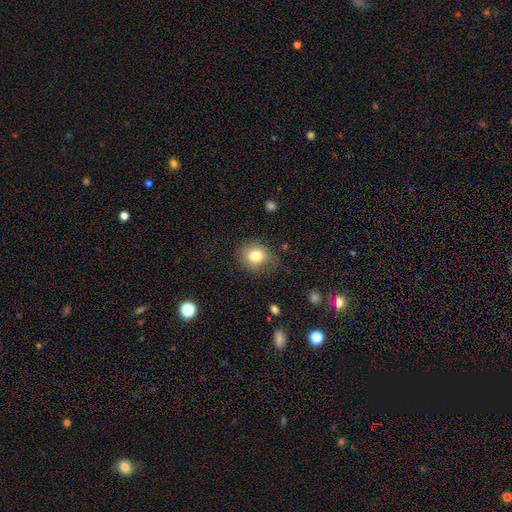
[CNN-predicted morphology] Smooth or featured? Predicted: smooth (p=0.80). How rounded? Predicted: round (p=0.68). Merging? Predicted: none (p=0.74).